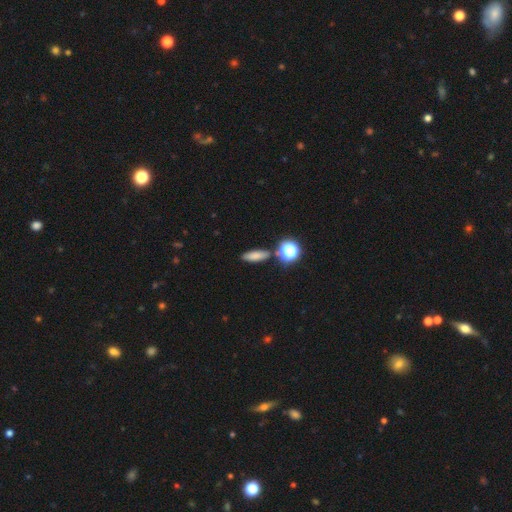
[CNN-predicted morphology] type=smooth (76%); roundness=in between (50%); merging=none (80%).